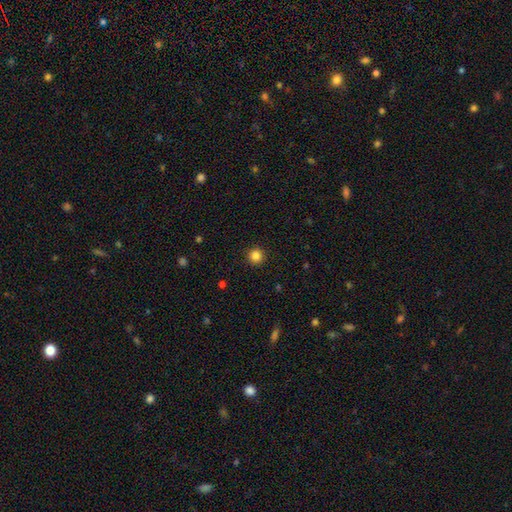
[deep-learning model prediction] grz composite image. It shows a smooth galaxy with no disk features (84%) that is round (95%). Merging: none (93%).